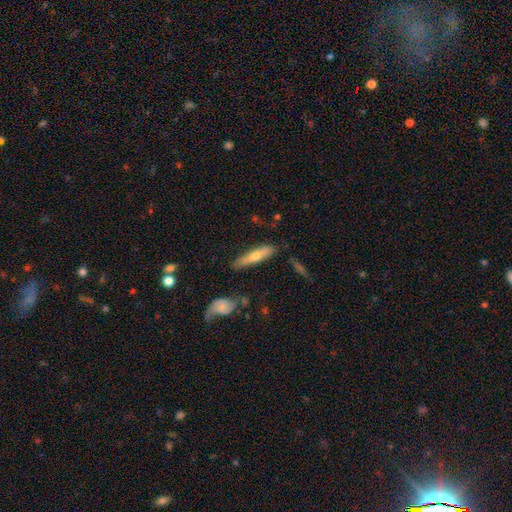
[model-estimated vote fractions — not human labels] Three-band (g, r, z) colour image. It shows a smooth galaxy with no disk features (57%) that is cigar-shaped (79%). Merging: none (72%).